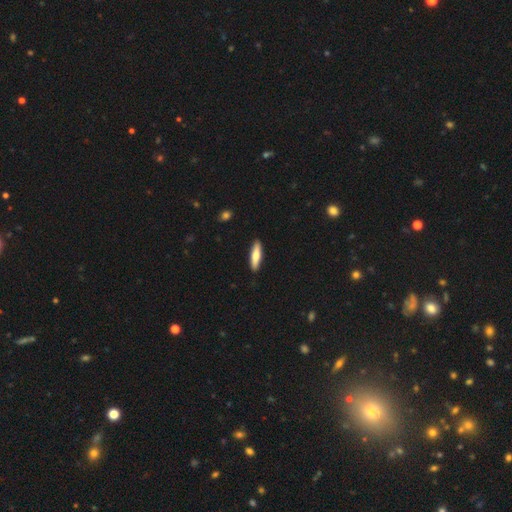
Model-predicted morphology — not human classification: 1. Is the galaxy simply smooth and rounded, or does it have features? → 71% smooth, 24% featured or disk, 5% star or artifact.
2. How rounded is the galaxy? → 74% cigar-shaped, 25% in between, 1% round.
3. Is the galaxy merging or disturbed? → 90% none, 8% minor disturbance, 2% major disturbance, 1% merger.